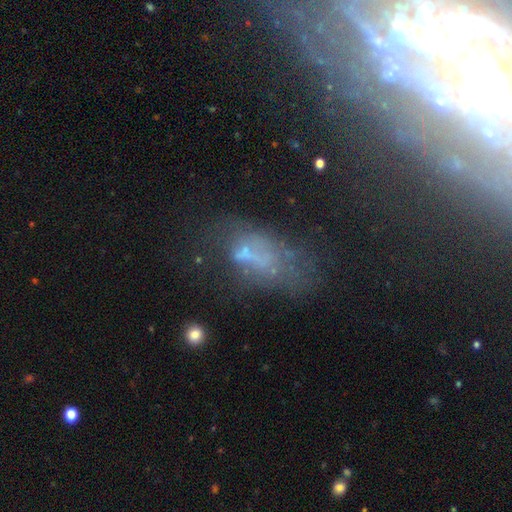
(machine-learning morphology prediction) This appears to be a featured or disk galaxy (41%). Merging: none (35%).